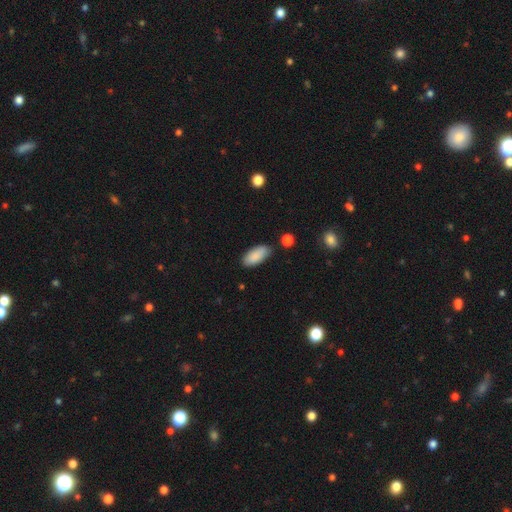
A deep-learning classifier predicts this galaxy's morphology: The model was most divided on "merging": none: 82%, minor disturbance: 12%, merger: 3%, major disturbance: 3%. More confident: how rounded — in between (89%); smooth or featured — smooth (89%).